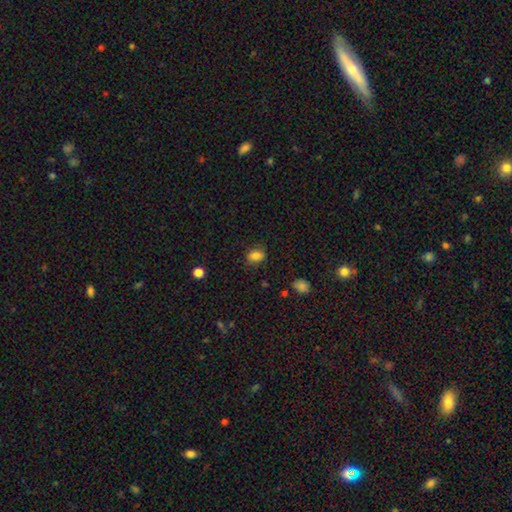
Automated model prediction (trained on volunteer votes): Smooth or featured?
  - smooth: 82% *
  - star or artifact: 10%
  - featured or disk: 8%
How rounded?
  - in between: 70% *
  - round: 28%
  - cigar-shaped: 2%
Merging?
  - none: 79% *
  - minor disturbance: 16%
  - major disturbance: 4%
  - merger: 1%